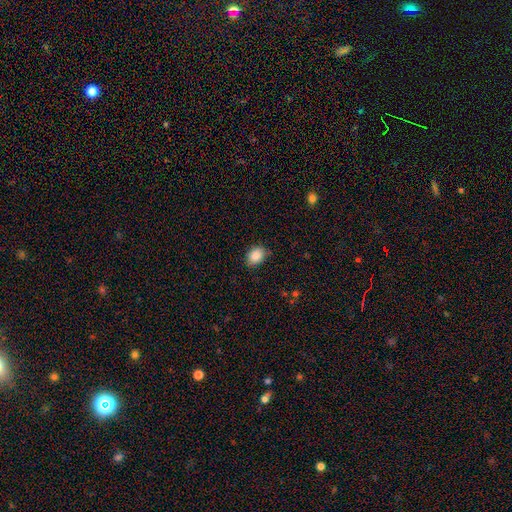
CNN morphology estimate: smooth-or-featured: smooth: 87% | star or artifact: 8% | featured or disk: 5%
  how-rounded: in between: 70% | round: 29% | cigar-shaped: 1%
  merging: none: 81% | minor disturbance: 15% | major disturbance: 3% | merger: 1%